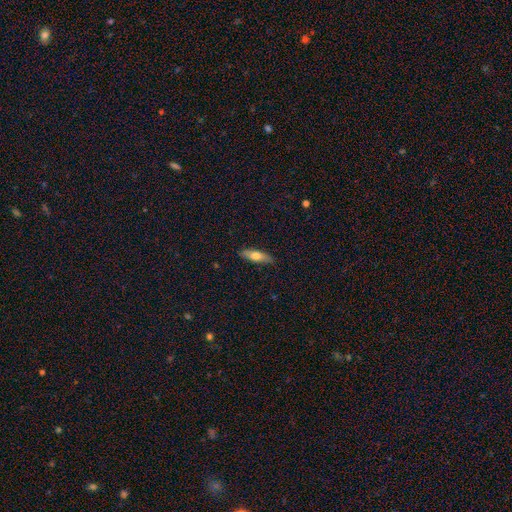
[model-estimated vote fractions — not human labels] A smooth galaxy with no disk features (66%) that is cigar-shaped (53%). Merging: none (85%).